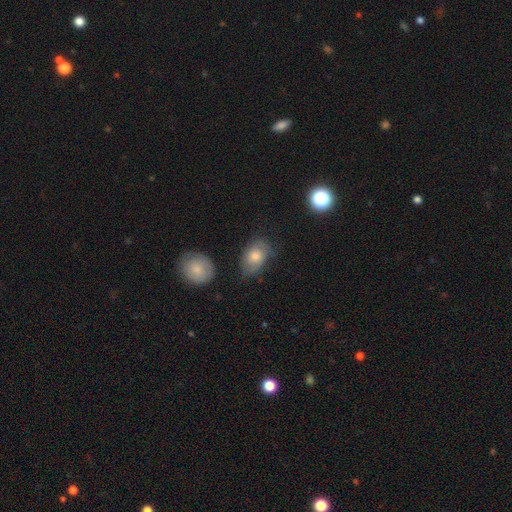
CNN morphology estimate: Q: Smooth or featured?
A: smooth (61%); runner-up: featured or disk (26%)
Q: How rounded?
A: in between (78%); runner-up: round (20%)
Q: Merging?
A: none (61%); runner-up: minor disturbance (27%)